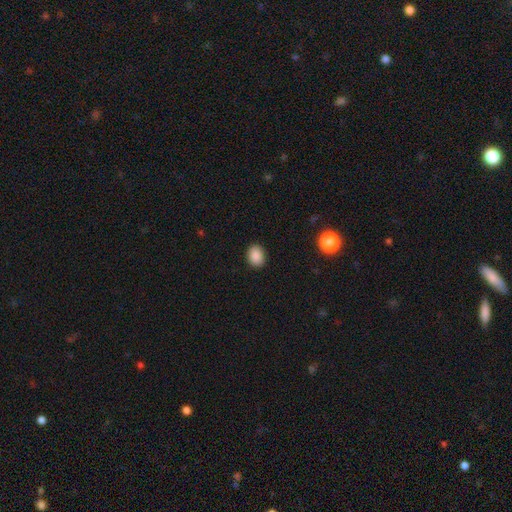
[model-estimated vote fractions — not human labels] smooth 88%, star or artifact 9%, featured or disk 3%. Down the decision tree: how rounded — in between (61%); merging — none (89%).